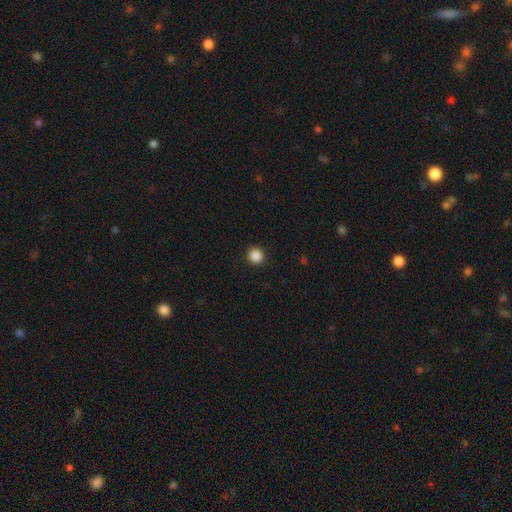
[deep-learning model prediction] This appears to be a smooth galaxy with no disk features (87%) that is round (89%). Merging: none (92%).